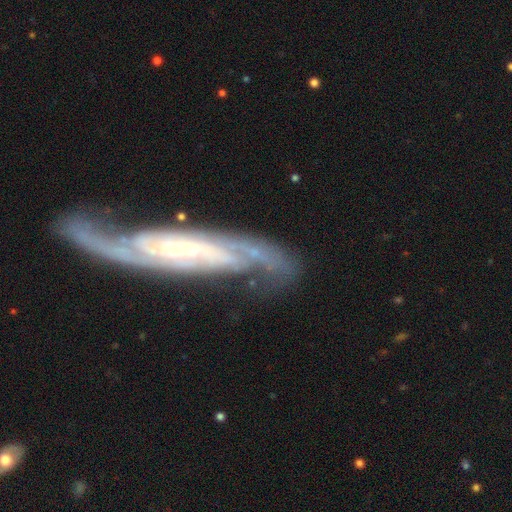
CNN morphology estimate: Overall: featured or disk (89%). Edge-on disk: no (79%). Bar: weak (38%, tied with no). Spiral arms: yes (97%). Spiral arm count: 2 (80%). Spiral winding: medium (48%; tight 31%). Bulge size: small (64%). Merging: none (72%).